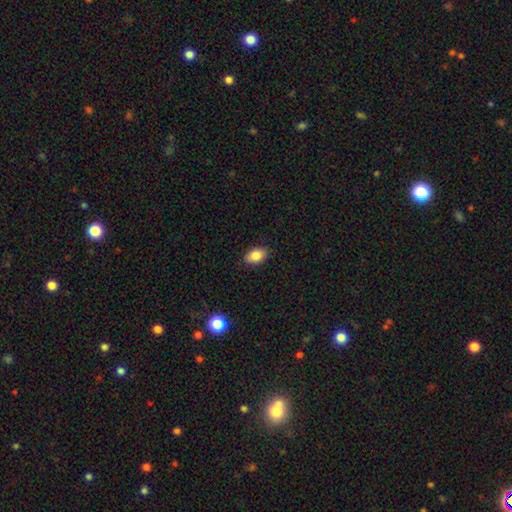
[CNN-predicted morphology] The model was most divided on "smooth or featured": smooth: 85%, star or artifact: 8%, featured or disk: 7%. More confident: how rounded — in between (88%); merging — none (87%).